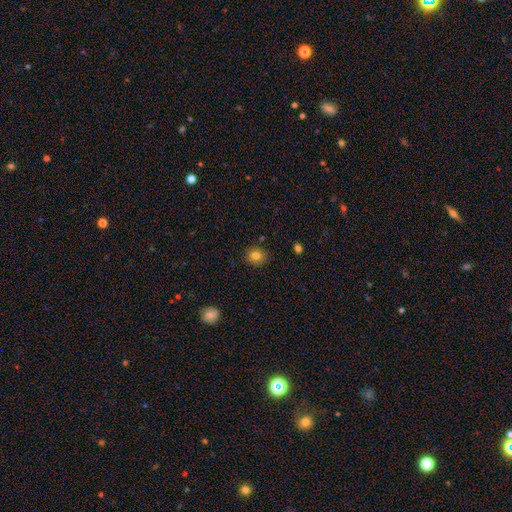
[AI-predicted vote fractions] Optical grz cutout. It shows a smooth galaxy with no disk features (80%) that is round (76%). Merging: none (86%).